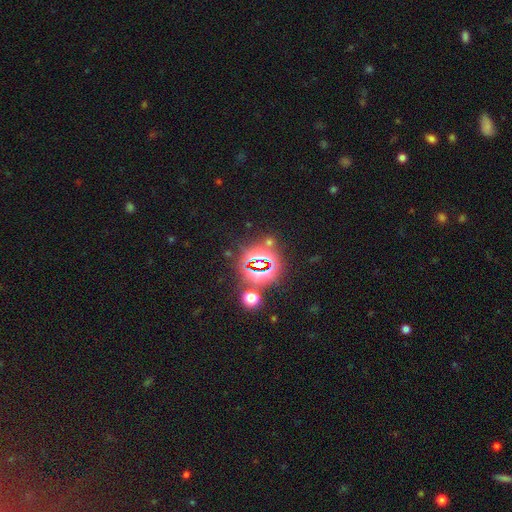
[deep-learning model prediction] star or artifact 77%, smooth 14%, featured or disk 8%.